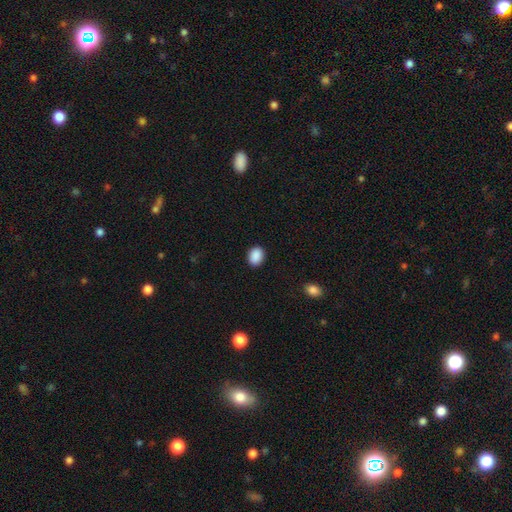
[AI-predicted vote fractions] The model was most divided on "how rounded": in between: 68%, round: 31%, cigar-shaped: 1%. More confident: smooth or featured — smooth (90%); merging — none (90%).